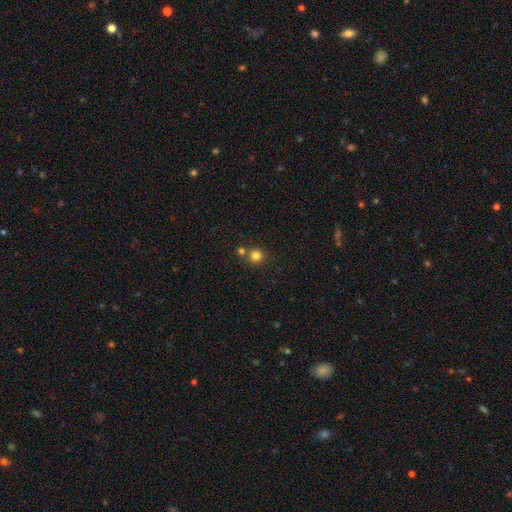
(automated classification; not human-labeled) This is clearly a smooth galaxy (81%). How rounded: clearly round (94%). Merging: likely none (72%).